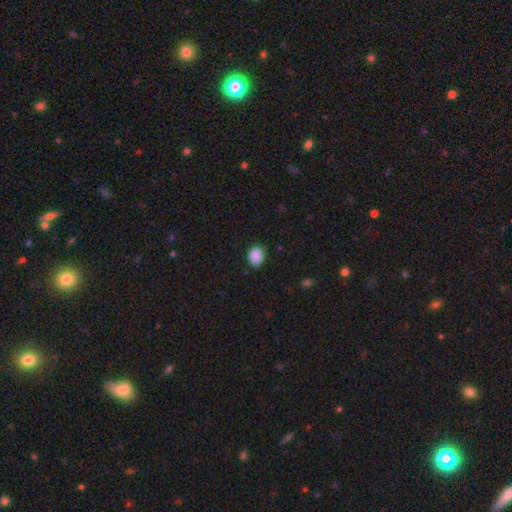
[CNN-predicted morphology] The model was most divided on "how rounded": in between: 59%, round: 40%, cigar-shaped: 1%. More confident: smooth or featured — smooth (89%); merging — none (80%).